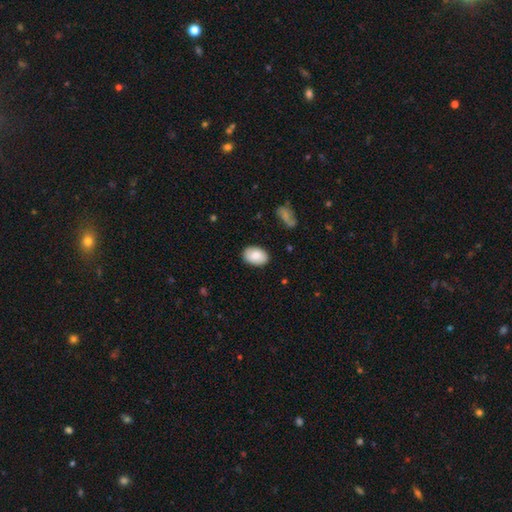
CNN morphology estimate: This appears to be a smooth galaxy with no disk features (83%) that is in between round and cigar-shaped (88%). Merging: none (86%).